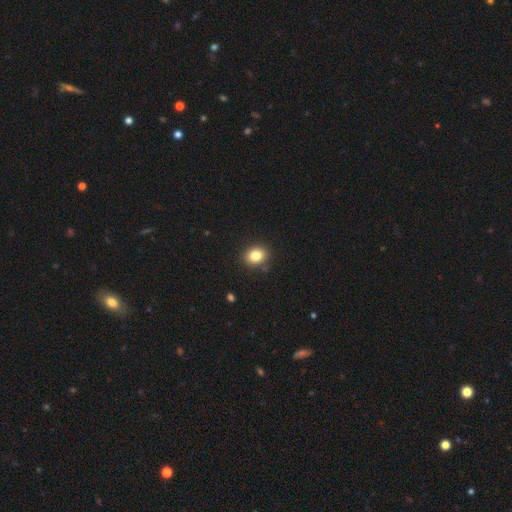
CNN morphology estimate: This is clearly a smooth galaxy (82%). How rounded: likely round (60%). Merging: clearly none (89%).